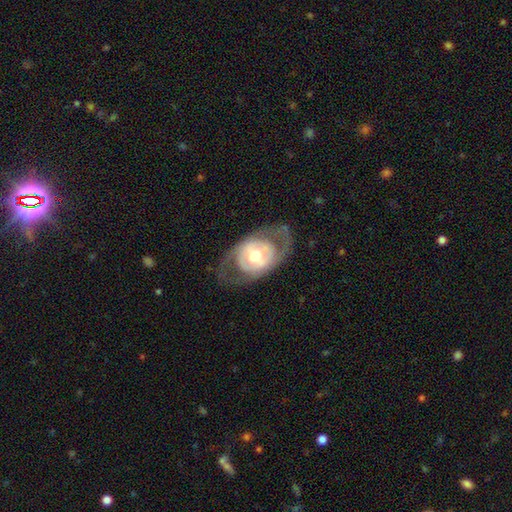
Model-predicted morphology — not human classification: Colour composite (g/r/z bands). It shows a featured or disk galaxy (71%) with no bar (62%), no spiral arms (58%) and a moderate central bulge (65%). Merging: none (68%).